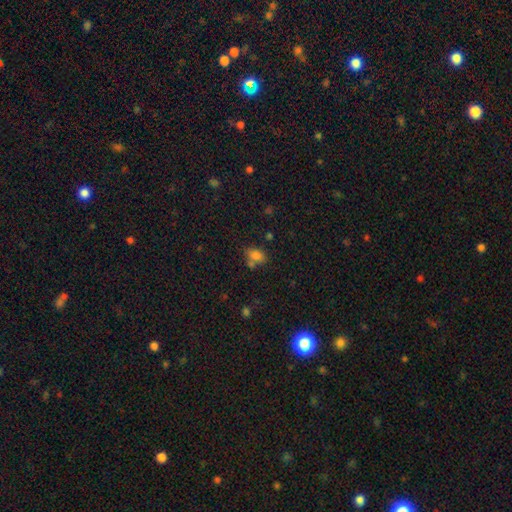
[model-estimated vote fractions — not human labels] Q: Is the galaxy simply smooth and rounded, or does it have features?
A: smooth — 80%.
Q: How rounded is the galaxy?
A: in between — 81%.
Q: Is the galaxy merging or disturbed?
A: none — 52%.